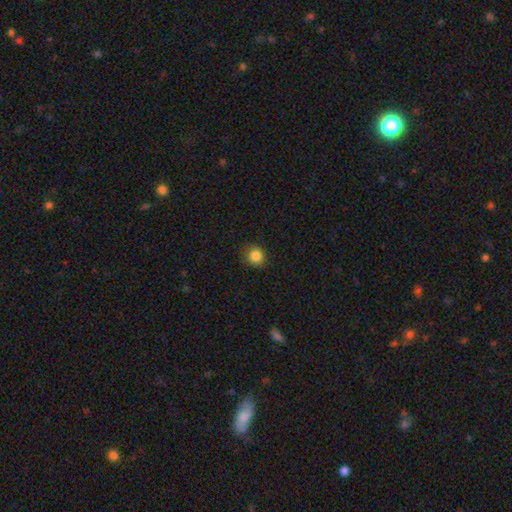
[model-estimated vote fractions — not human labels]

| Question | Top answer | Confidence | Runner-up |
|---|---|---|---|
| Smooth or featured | smooth | 85% | star or artifact (11%) |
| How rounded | round | 89% | in between (10%) |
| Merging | none | 88% | minor disturbance (9%) |